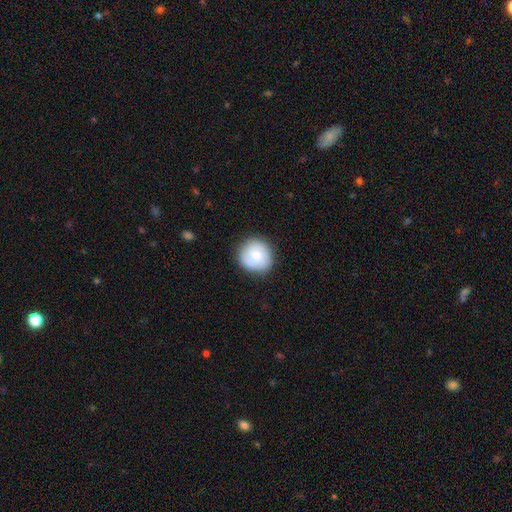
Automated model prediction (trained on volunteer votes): smooth-or-featured: smooth: 68% | featured or disk: 26% | star or artifact: 7%
  how-rounded: round: 91% | in between: 8% | cigar-shaped: 1%
  merging: none: 83% | minor disturbance: 12% | major disturbance: 3% | merger: 1%